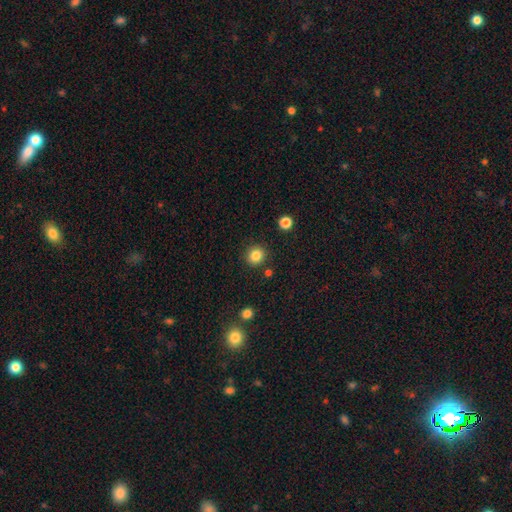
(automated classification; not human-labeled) Smooth or featured? smooth (84%)
How rounded? round (90%)
Merging? none (89%)